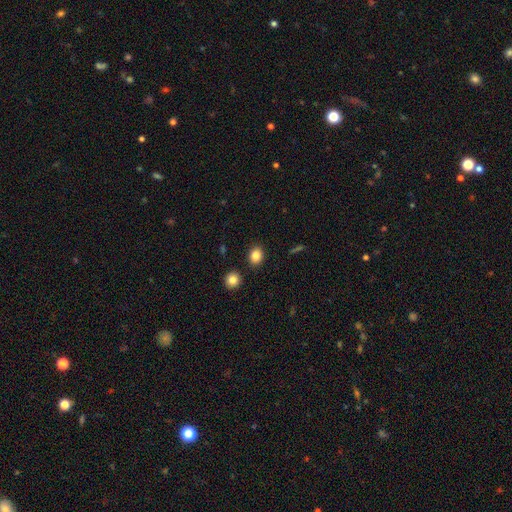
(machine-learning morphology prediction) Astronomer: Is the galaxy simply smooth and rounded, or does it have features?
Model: smooth — 85%.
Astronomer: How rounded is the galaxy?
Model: in between — 50% (runner-up: round, 49%).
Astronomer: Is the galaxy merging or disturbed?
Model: none — 87%.